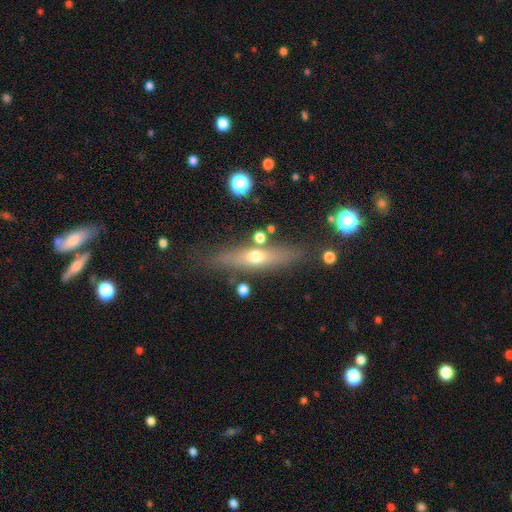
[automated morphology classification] The model was most divided on "smooth or featured": featured or disk: 49%, smooth: 42%, star or artifact: 8%. More confident: merging — none (75%).